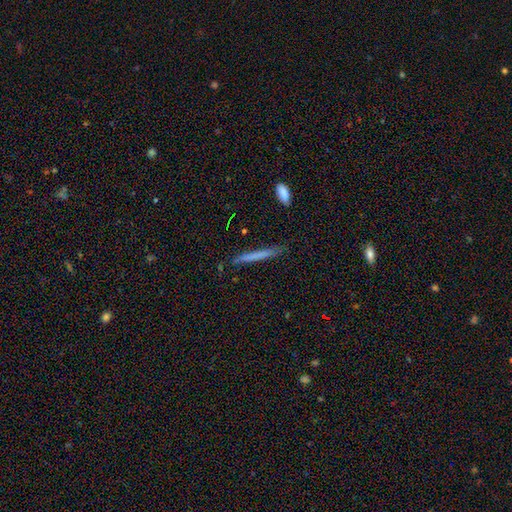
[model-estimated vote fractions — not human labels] Smooth or featured?
  - smooth: 64% *
  - featured or disk: 29%
  - star or artifact: 7%
How rounded?
  - cigar-shaped: 96% *
  - in between: 2%
  - round: 1%
Merging?
  - none: 85% *
  - minor disturbance: 11%
  - major disturbance: 2%
  - merger: 2%